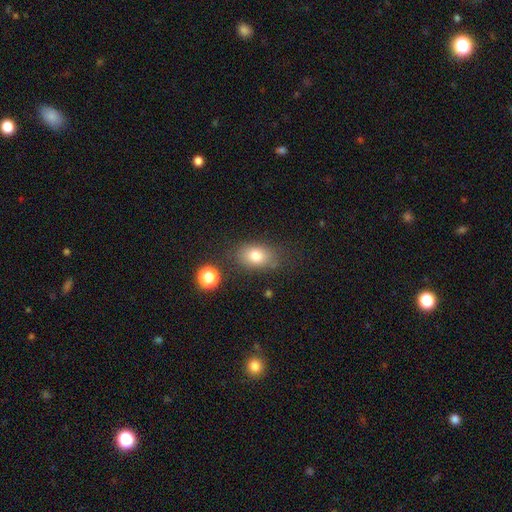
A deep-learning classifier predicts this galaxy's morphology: Smooth or featured? smooth (78%)
How rounded? in between (81%)
Merging? none (75%)